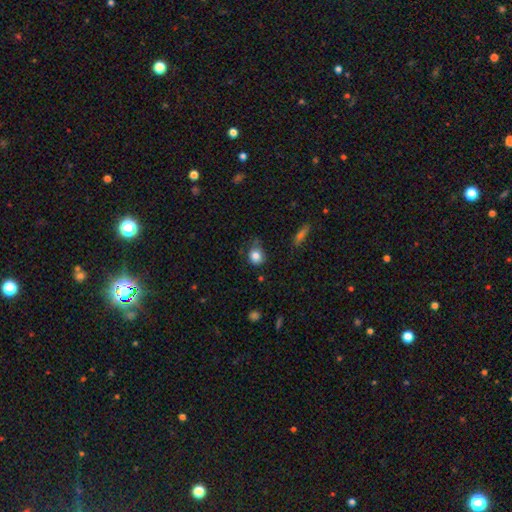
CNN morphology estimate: This is clearly a smooth galaxy (82%). How rounded: likely round (70%). Merging: likely none (62%).